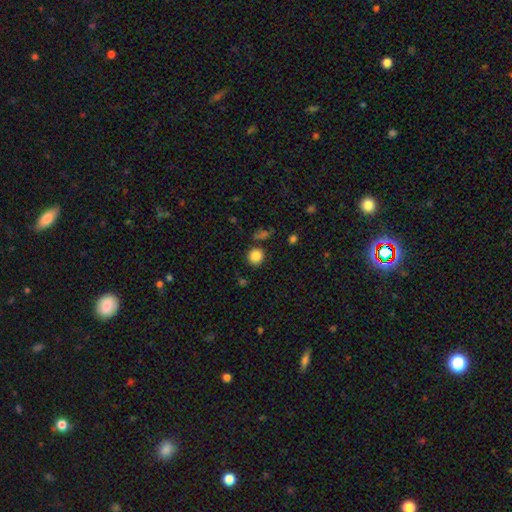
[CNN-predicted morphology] smooth-or-featured: smooth: 86% | star or artifact: 10% | featured or disk: 4%
  how-rounded: round: 90% | in between: 9% | cigar-shaped: 1%
  merging: none: 83% | minor disturbance: 10% | merger: 5% | major disturbance: 3%